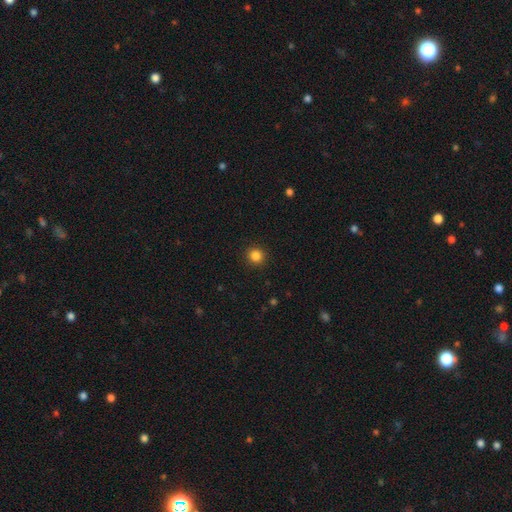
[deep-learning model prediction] Q: Smooth or featured?
A: smooth (85%); runner-up: star or artifact (11%)
Q: How rounded?
A: round (92%); runner-up: in between (7%)
Q: Merging?
A: none (92%); runner-up: minor disturbance (5%)